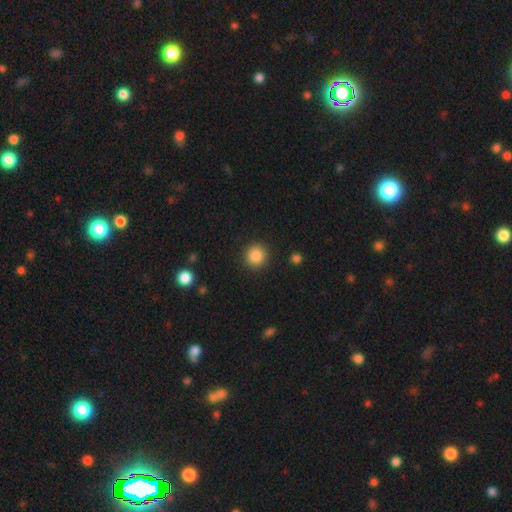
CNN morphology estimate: smooth-or-featured: smooth: 86% | star or artifact: 10% | featured or disk: 4%
  how-rounded: round: 94% | in between: 5% | cigar-shaped: 1%
  merging: none: 91% | minor disturbance: 6% | major disturbance: 2% | merger: 1%